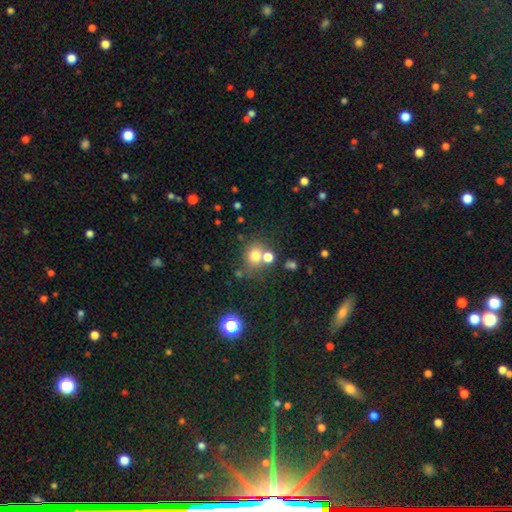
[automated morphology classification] Smooth or featured?
  - smooth: 72% *
  - star or artifact: 17%
  - featured or disk: 11%
How rounded?
  - round: 80% *
  - in between: 19%
  - cigar-shaped: 1%
Merging?
  - none: 60% *
  - merger: 24%
  - minor disturbance: 10%
  - major disturbance: 5%